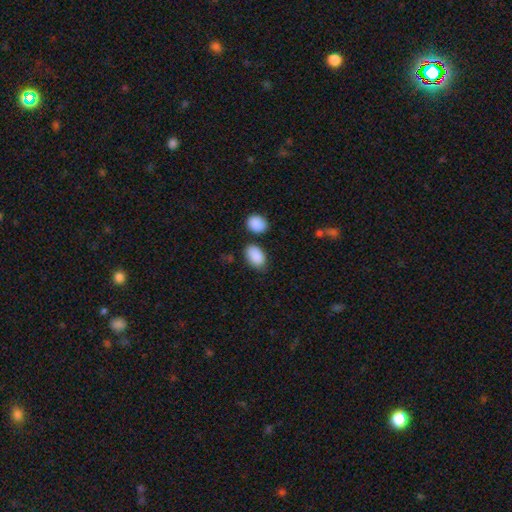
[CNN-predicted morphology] smooth_or_featured: smooth (p=0.90) [alt: star or artifact p=0.07]
how_rounded: in between (p=0.90) [alt: round p=0.09]
merging: none (p=0.71) [alt: minor disturbance p=0.17]